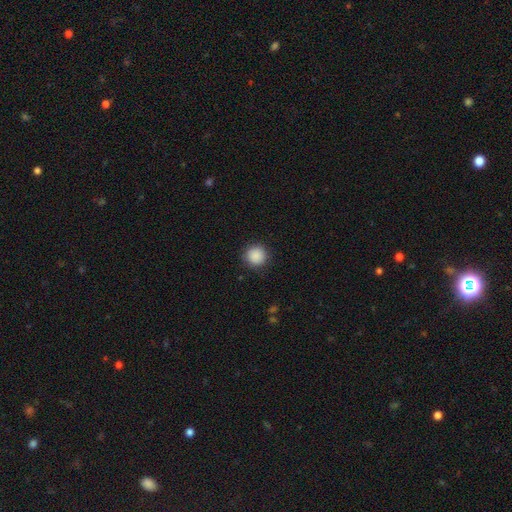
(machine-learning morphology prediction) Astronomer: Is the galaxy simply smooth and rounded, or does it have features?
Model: smooth — 89%.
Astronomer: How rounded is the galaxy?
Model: round — 94%.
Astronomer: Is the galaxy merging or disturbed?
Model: none — 89%.